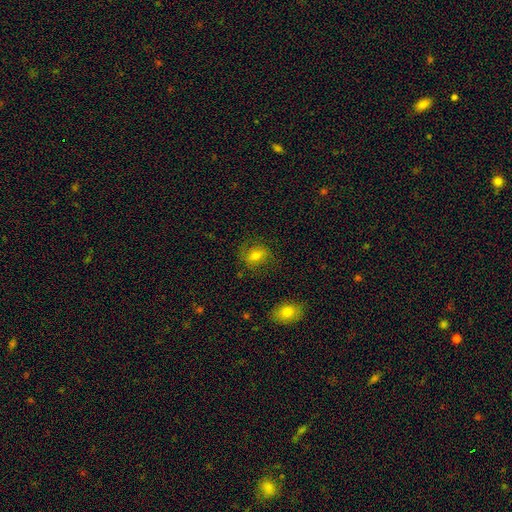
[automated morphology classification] This appears to be a smooth galaxy with no disk features (62%) that is round (52%). Merging: none (73%).